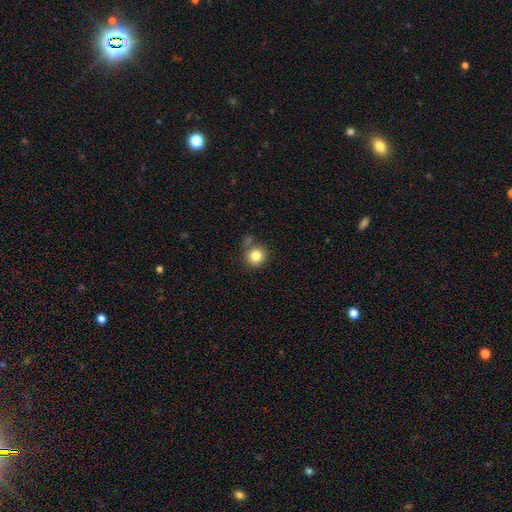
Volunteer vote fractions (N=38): A smooth galaxy with no disk features (82%) that is round (90%). Merging: none (63%).